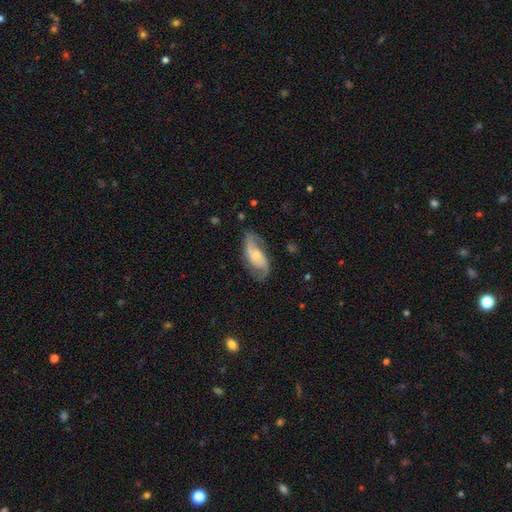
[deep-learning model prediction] This appears to be a featured or disk galaxy (83%) with no bar (52%), 2 (91%) medium (46%) spiral arms (96%) and a small central bulge (44%). Merging: none (74%).